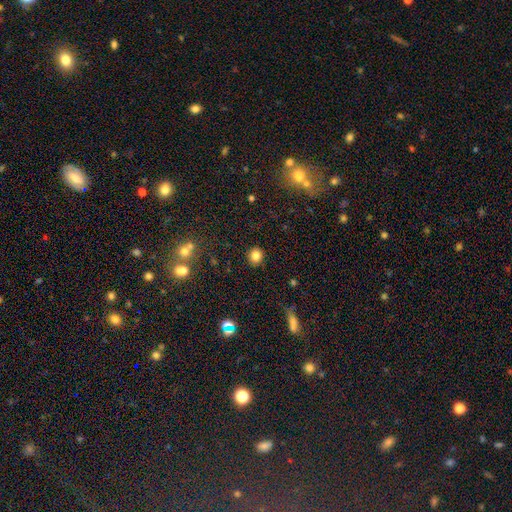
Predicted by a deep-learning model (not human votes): Smooth or featured? smooth (83%)
How rounded? round (85%)
Merging? none (90%)